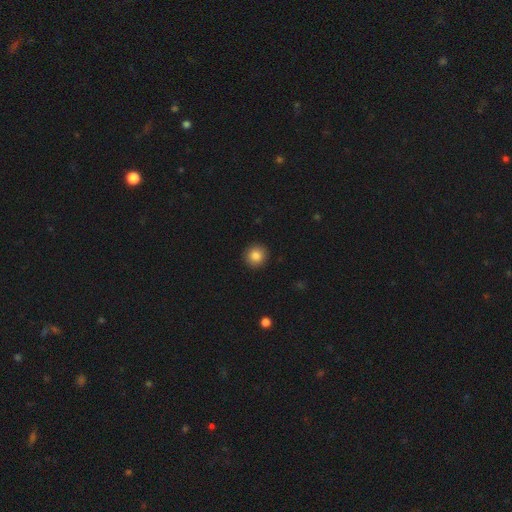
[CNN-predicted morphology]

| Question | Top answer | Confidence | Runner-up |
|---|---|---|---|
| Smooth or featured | smooth | 85% | star or artifact (10%) |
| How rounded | round | 93% | in between (6%) |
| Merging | none | 92% | minor disturbance (5%) |